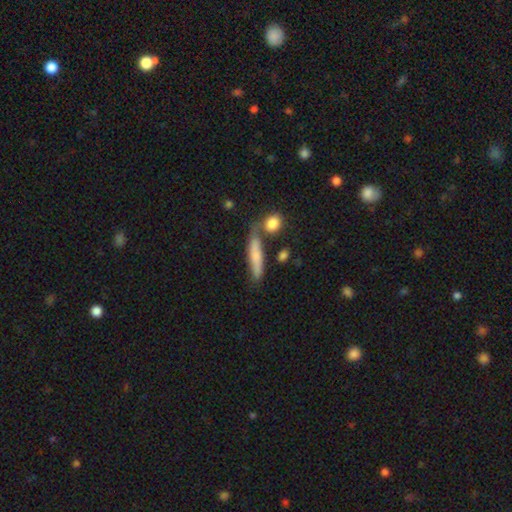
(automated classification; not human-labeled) Q: Smooth or featured?
A: smooth (66%); runner-up: featured or disk (27%)
Q: How rounded?
A: cigar-shaped (76%); runner-up: in between (21%)
Q: Merging?
A: none (56%); runner-up: minor disturbance (19%)